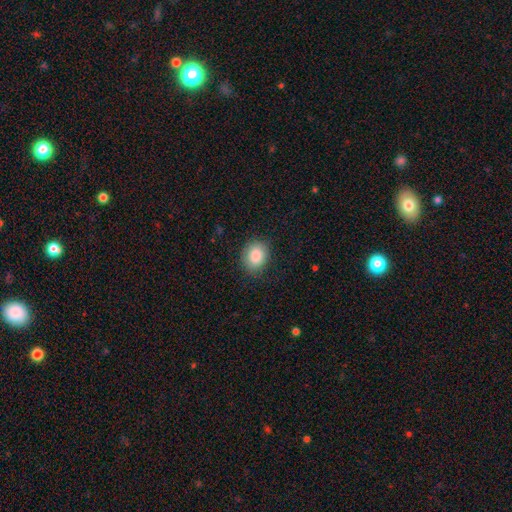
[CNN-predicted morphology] type=smooth (87%); roundness=in between (52%); merging=none (84%).